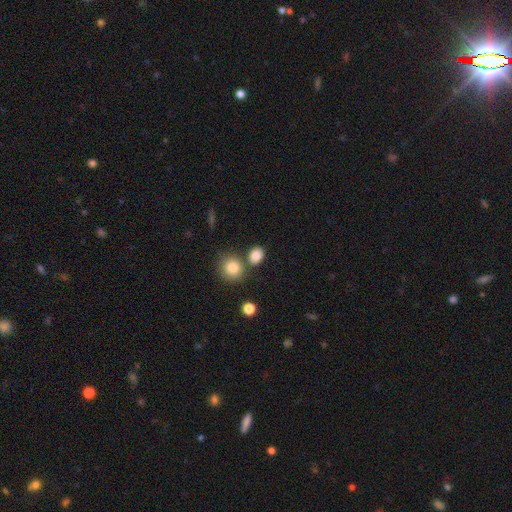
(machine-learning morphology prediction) This is clearly a smooth galaxy (84%). How rounded: possibly round (52%). Merging: likely none (69%).